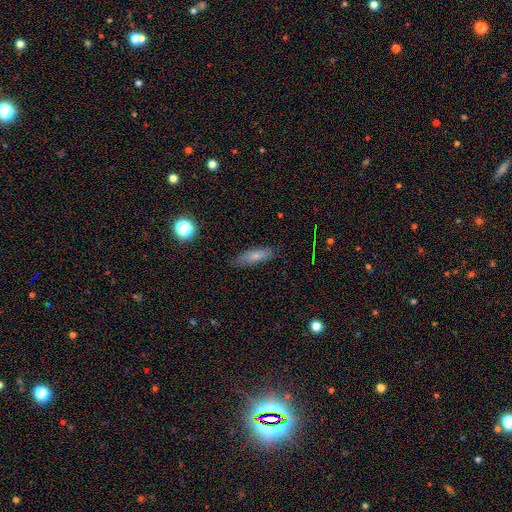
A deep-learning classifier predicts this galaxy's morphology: Overall: smooth (76%). How rounded: in between (50%; cigar-shaped 48%). Merging: none (84%).